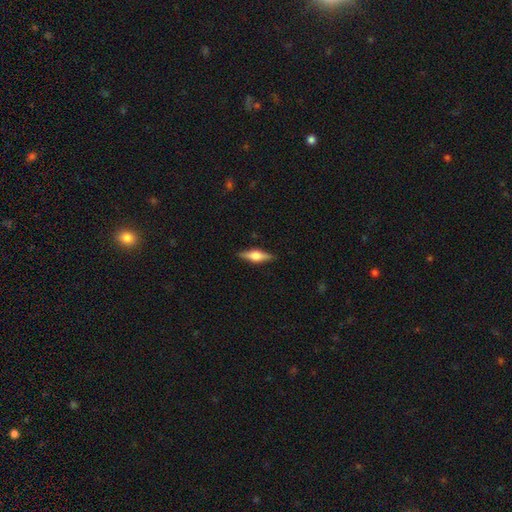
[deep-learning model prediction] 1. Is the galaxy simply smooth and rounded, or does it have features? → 56% featured or disk, 38% smooth, 6% star or artifact.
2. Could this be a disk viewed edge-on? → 95% yes, 5% no.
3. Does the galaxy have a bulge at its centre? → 85% rounded, 12% boxy, 3% none.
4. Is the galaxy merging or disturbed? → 88% none, 9% minor disturbance, 2% major disturbance, 1% merger.